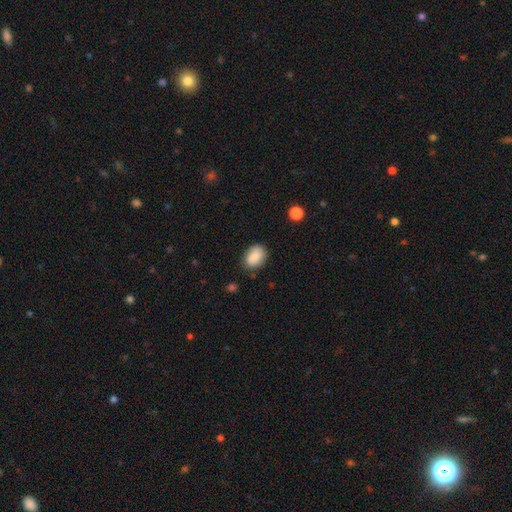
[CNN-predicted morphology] Smooth or featured?
  - smooth: 82% *
  - featured or disk: 10%
  - star or artifact: 8%
How rounded?
  - in between: 68% *
  - round: 31%
  - cigar-shaped: 1%
Merging?
  - none: 76% *
  - minor disturbance: 18%
  - major disturbance: 4%
  - merger: 2%